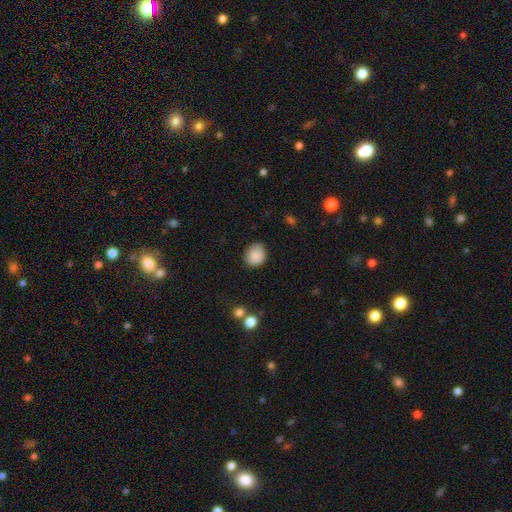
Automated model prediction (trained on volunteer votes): Smooth or featured?
  - smooth: 87% *
  - star or artifact: 8%
  - featured or disk: 5%
How rounded?
  - round: 76% *
  - in between: 23%
  - cigar-shaped: 1%
Merging?
  - none: 82% *
  - minor disturbance: 14%
  - major disturbance: 3%
  - merger: 1%